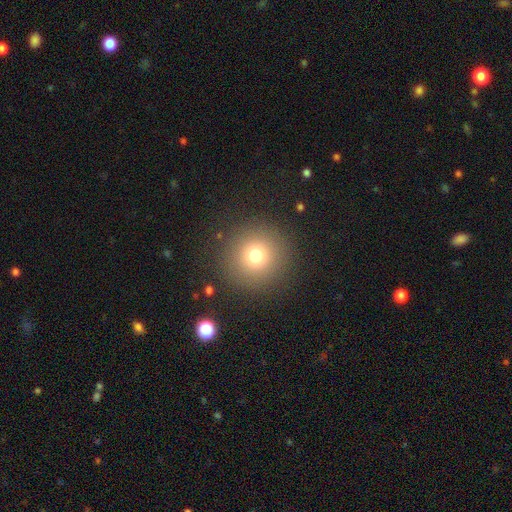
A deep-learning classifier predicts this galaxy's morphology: This is likely a smooth galaxy (74%). How rounded: clearly round (95%). Merging: clearly none (89%).